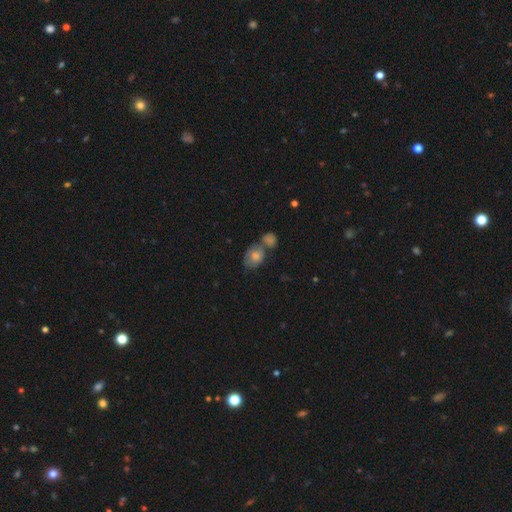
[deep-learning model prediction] smooth_or_featured: smooth (p=0.61) [alt: featured or disk p=0.25]
how_rounded: in between (p=0.57) [alt: round p=0.41]
merging: none (p=0.46) [alt: merger p=0.38]